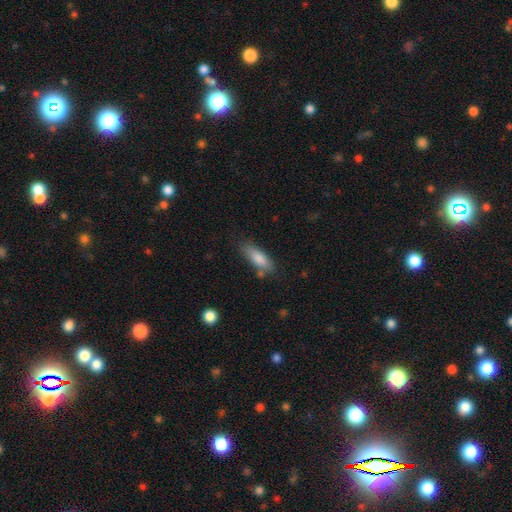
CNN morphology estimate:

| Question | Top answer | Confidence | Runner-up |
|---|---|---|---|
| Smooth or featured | smooth | 80% | featured or disk (13%) |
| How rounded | in between | 56% | cigar-shaped (41%) |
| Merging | none | 74% | minor disturbance (17%) |